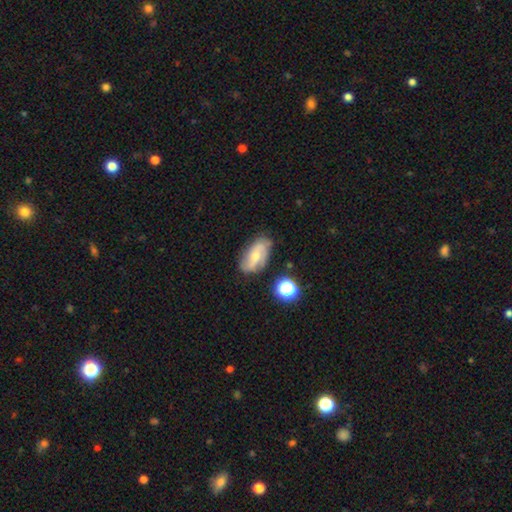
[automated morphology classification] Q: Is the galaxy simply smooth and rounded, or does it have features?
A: featured or disk — 62%.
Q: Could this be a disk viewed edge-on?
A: no — 94%.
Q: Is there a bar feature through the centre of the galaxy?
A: no — 54%.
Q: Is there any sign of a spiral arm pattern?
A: yes — 88%.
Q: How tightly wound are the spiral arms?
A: medium — 40%.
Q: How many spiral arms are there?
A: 2 — 60%.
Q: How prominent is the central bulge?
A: small — 51%.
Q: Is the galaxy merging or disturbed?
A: none — 66%.